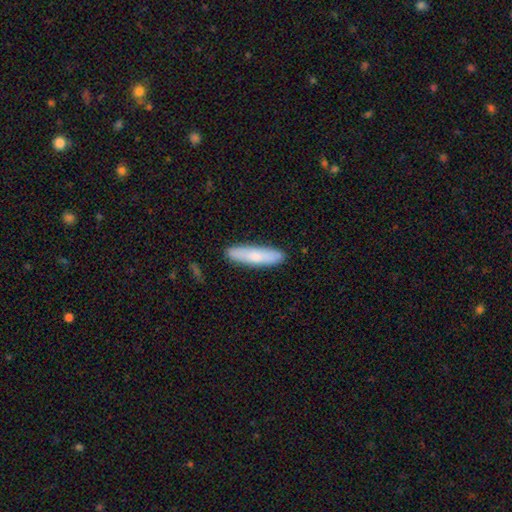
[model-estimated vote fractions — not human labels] This appears to be a smooth galaxy with no disk features (75%) that is cigar-shaped (77%). Merging: none (89%).